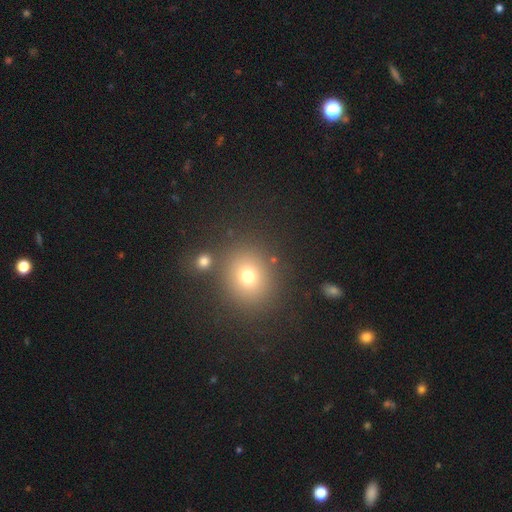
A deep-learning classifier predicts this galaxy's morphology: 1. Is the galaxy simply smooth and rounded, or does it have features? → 65% smooth, 26% star or artifact, 9% featured or disk.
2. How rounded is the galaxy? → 79% round, 20% in between, 1% cigar-shaped.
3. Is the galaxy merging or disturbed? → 83% none, 7% minor disturbance, 7% merger, 3% major disturbance.